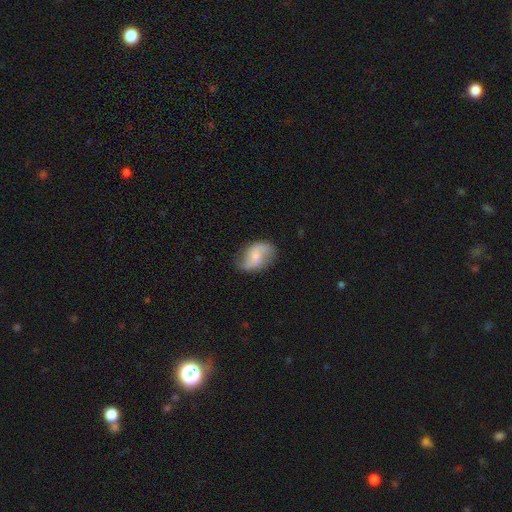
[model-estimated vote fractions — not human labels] Smooth or featured?
  - featured or disk: 60% *
  - smooth: 33%
  - star or artifact: 7%
Edge-on disk?
  - no: 97% *
  - yes: 3%
Bar?
  - weak: 44% * (tied)
  - no: 44% * (tied)
  - strong: 12%
Spiral arms?
  - yes: 89% *
  - no: 11%
Spiral winding?
  - loose: 60% *
  - medium: 31%
  - tight: 9%
Spiral arm count?
  - 2: 88% *
  - can't tell: 6%
  - 1: 3%
  - 3: 1%
  - 4: 1%
  - more than 4: 1%
Bulge size?
  - small: 46% *
  - moderate: 37%
  - none: 11%
  - large: 4%
  - dominant: 1%
Merging?
  - none: 70% *
  - minor disturbance: 22%
  - major disturbance: 7%
  - merger: 1%